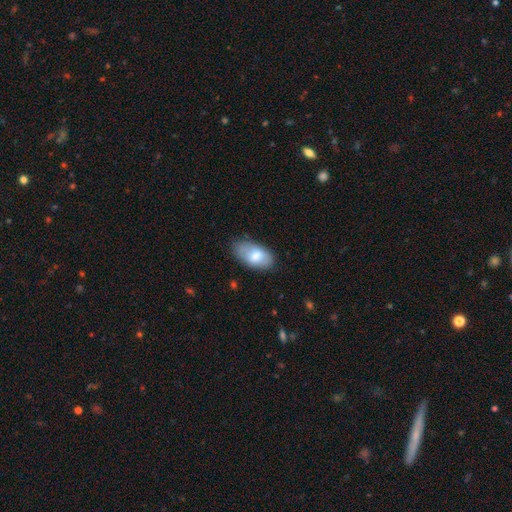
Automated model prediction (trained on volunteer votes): Smooth or featured: smooth — 75% (featured or disk — 19%)
How rounded: in between — 94% (round — 3%)
Merging: none — 74% (minor disturbance — 20%)